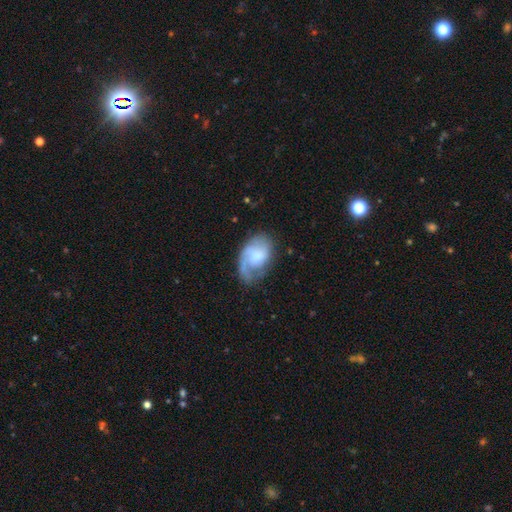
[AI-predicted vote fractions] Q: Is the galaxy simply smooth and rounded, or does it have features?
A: featured or disk — 64%.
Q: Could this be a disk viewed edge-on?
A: no — 97%.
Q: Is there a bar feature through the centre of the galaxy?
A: no — 62%.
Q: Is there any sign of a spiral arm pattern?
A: yes — 88%.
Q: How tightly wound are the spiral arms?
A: medium — 42%.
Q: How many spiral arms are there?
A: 1 — 46%.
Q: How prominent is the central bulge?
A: moderate — 31%.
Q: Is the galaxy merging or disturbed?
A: none — 53%.